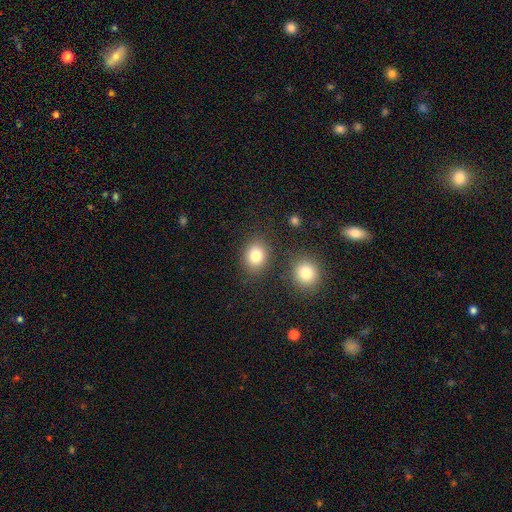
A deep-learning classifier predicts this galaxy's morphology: Overall: smooth (82%). How rounded: round (64%; in between 35%). Merging: none (80%).